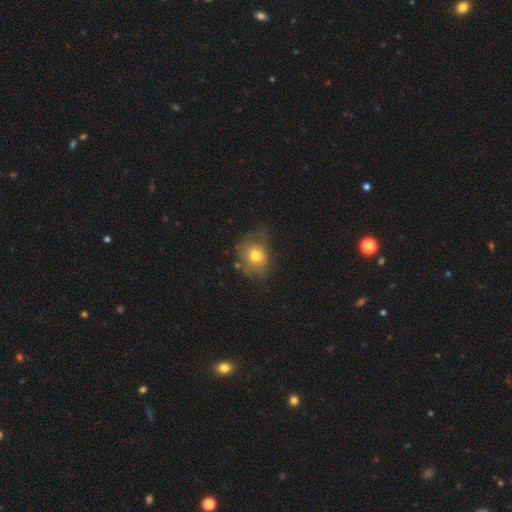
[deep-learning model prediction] A smooth galaxy with no disk features (73%) that is round (56%). Merging: none (50%).